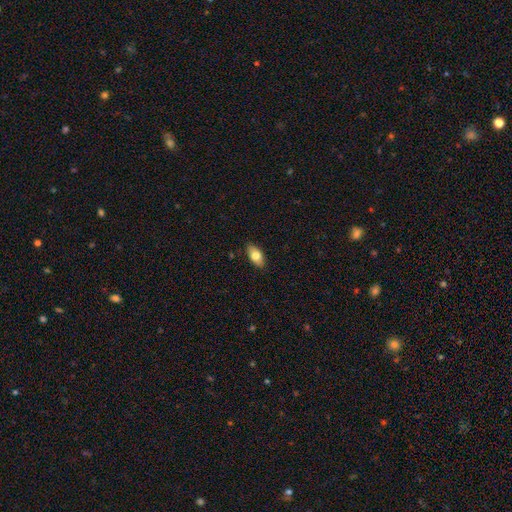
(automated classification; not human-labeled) smooth-or-featured: smooth: 73% | featured or disk: 20% | star or artifact: 7%
  how-rounded: in between: 90% | cigar-shaped: 6% | round: 4%
  merging: none: 87% | minor disturbance: 10% | major disturbance: 2% | merger: 1%